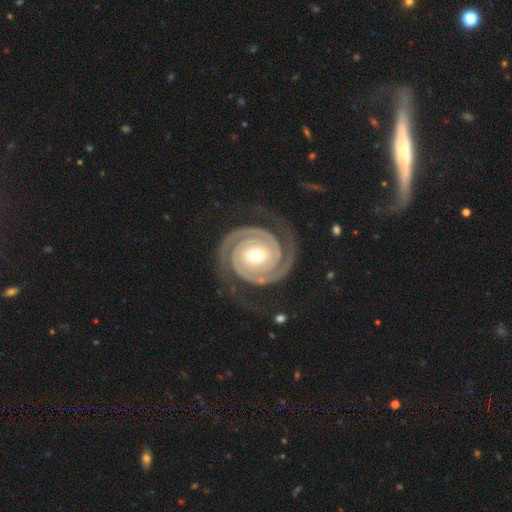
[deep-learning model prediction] Morphology: type=featured or disk (95%); edge-on=no (98%); bar=no (51%); spiral arms=yes (99%); winding=tight (84%); arm count=2 (93%); bulge=moderate (62%); merging=none (82%).